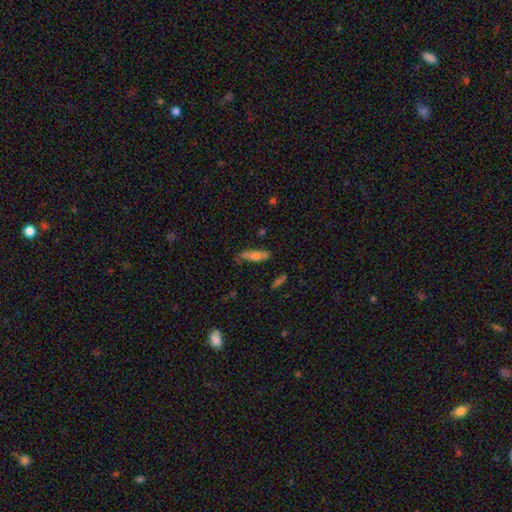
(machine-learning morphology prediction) smooth-or-featured: smooth: 59% | featured or disk: 34% | star or artifact: 7%
  how-rounded: cigar-shaped: 66% | in between: 32% | round: 2%
  merging: none: 66% | minor disturbance: 24% | major disturbance: 6% | merger: 4%